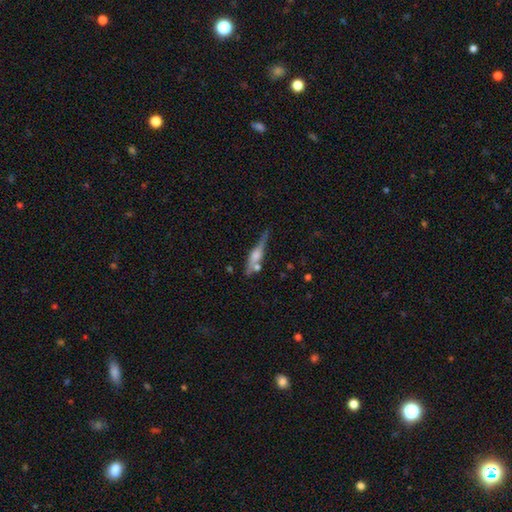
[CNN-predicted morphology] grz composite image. It shows a featured or disk galaxy (54%) viewed edge-on (90%). Merging: none (57%).